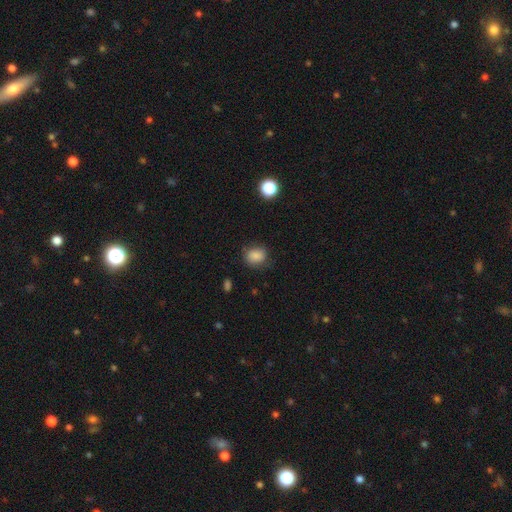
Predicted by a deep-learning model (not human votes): smooth-or-featured: smooth: 84% | star or artifact: 10% | featured or disk: 6%
  how-rounded: round: 61% | in between: 38% | cigar-shaped: 1%
  merging: none: 76% | minor disturbance: 18% | major disturbance: 5% | merger: 1%